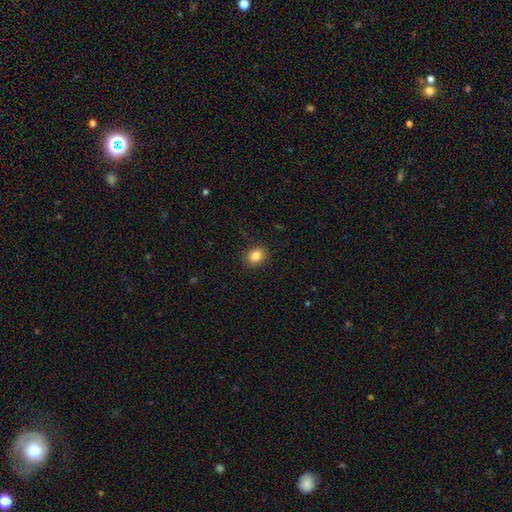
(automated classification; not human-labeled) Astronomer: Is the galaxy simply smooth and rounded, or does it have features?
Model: smooth — 84%.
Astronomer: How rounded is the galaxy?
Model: round — 55% (runner-up: in between, 44%).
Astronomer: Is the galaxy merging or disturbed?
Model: none — 89%.